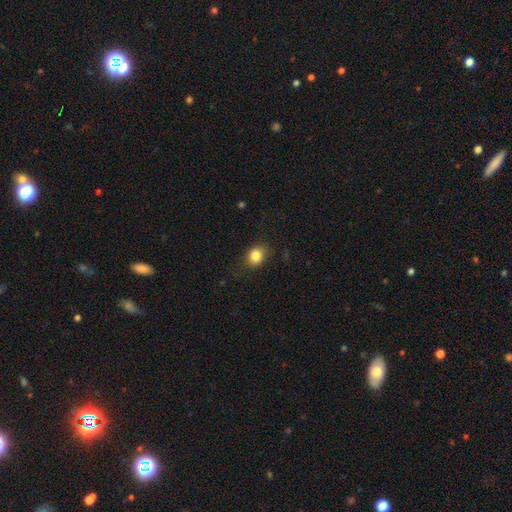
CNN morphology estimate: type=smooth (84%); roundness=round (56%); merging=none (79%).